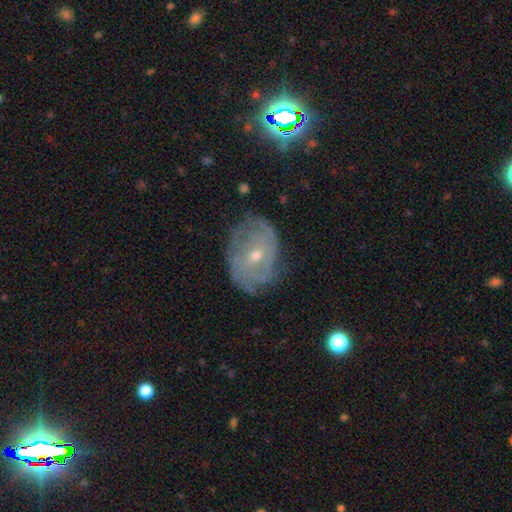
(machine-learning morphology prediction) Q: Smooth or featured?
A: featured or disk (74%); runner-up: smooth (16%)
Q: Edge-on disk?
A: no (96%); runner-up: yes (4%)
Q: Bar?
A: no (60%); runner-up: weak (33%)
Q: Spiral arms?
A: yes (83%); runner-up: no (17%)
Q: Spiral winding?
A: tight (60%); runner-up: medium (29%)
Q: Spiral arm count?
A: can't tell (50%); runner-up: 2 (19%)
Q: Bulge size?
A: small (55%); runner-up: moderate (42%)
Q: Merging?
A: none (68%); runner-up: minor disturbance (22%)